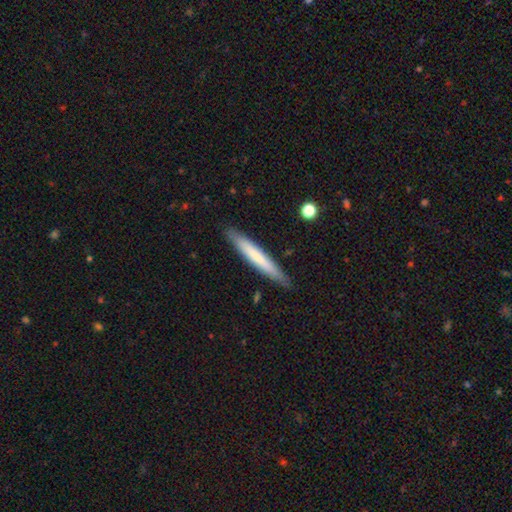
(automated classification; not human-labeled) Smooth or featured? smooth (65%)
How rounded? cigar-shaped (95%)
Merging? none (89%)